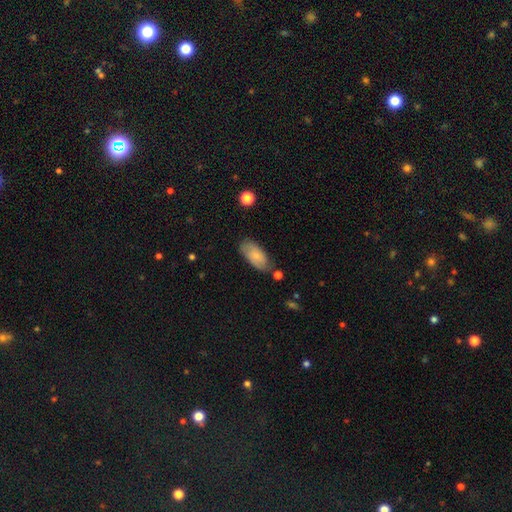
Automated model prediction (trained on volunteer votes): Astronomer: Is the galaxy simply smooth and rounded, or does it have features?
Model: smooth — 73%.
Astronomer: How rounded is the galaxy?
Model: in between — 91%.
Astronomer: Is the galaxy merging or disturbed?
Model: none — 66%.